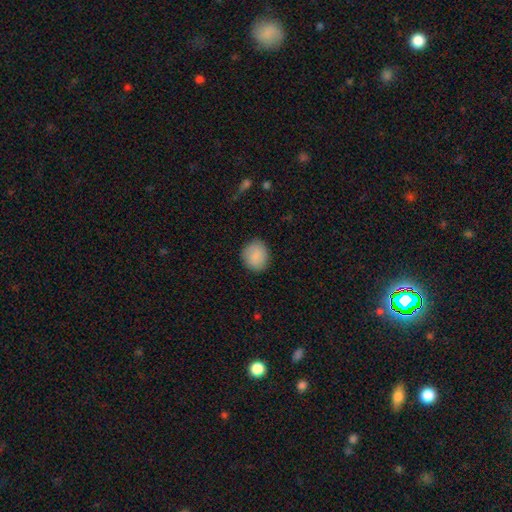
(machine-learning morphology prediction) type=smooth (88%); roundness=round (77%); merging=none (85%).